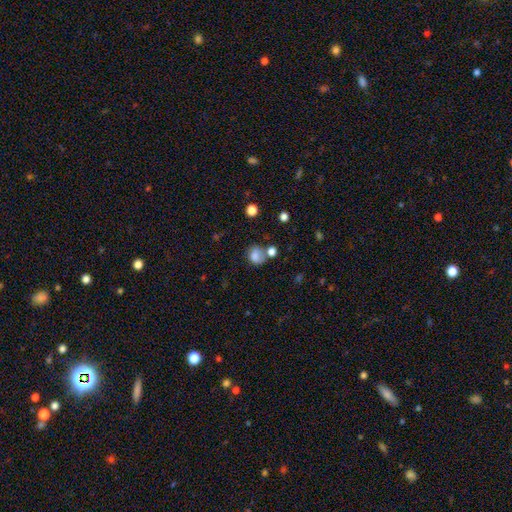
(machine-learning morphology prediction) The model was most divided on "merging": none: 51%, merger: 21%, minor disturbance: 20%, major disturbance: 9%. More confident: smooth or featured — smooth (78%); how rounded — round (65%).